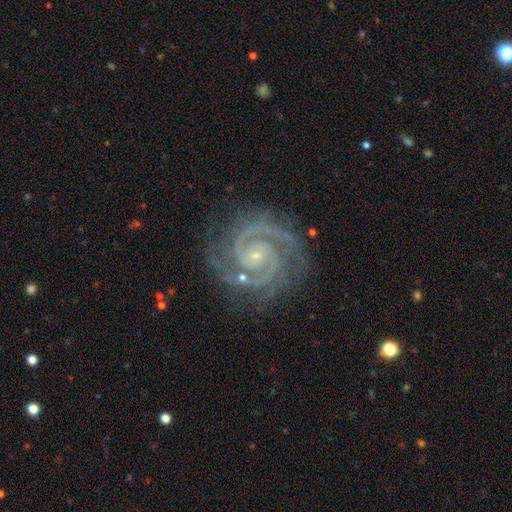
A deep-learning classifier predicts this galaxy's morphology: This appears to be a featured or disk galaxy (93%) with no bar (69%), 2 (79%) tight (75%) spiral arms (99%) and a small central bulge (84%). Merging: none (80%).